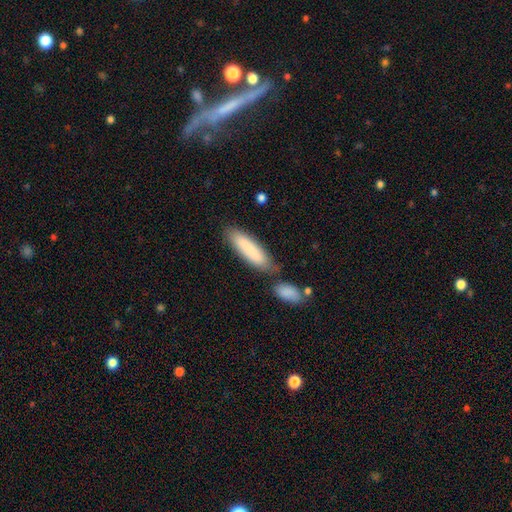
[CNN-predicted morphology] Smooth or featured: smooth — 84% (featured or disk — 10%)
How rounded: cigar-shaped — 62% (in between — 36%)
Merging: none — 67% (minor disturbance — 15%)